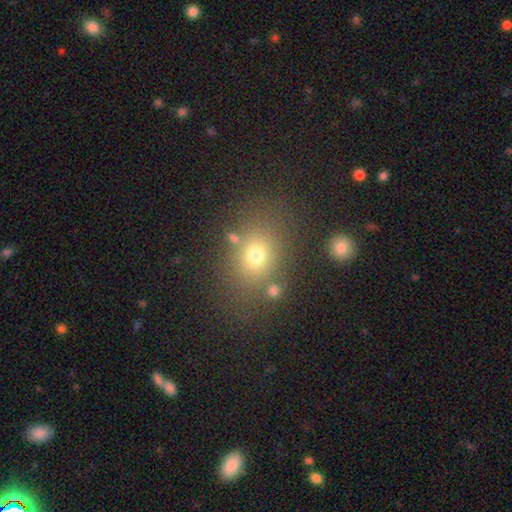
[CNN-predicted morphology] A smooth galaxy with no disk features (69%) that is in between round and cigar-shaped (53%).

Vote fractions:
- Smooth or featured? smooth: 69% / star or artifact: 18% / featured or disk: 13%
- How rounded? in between: 53% / round: 45% / cigar-shaped: 1%
- Merging? none: 73% / minor disturbance: 13% / merger: 8% / major disturbance: 6%